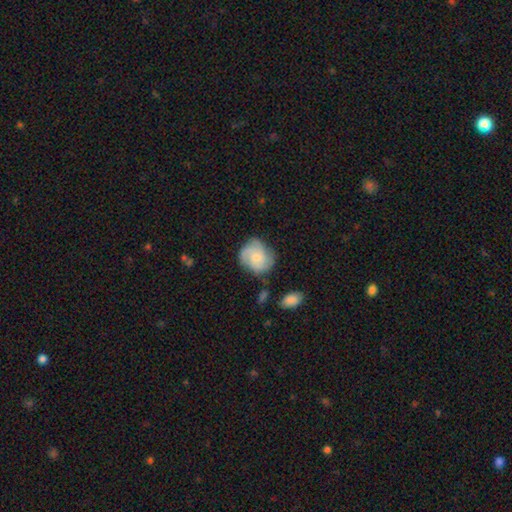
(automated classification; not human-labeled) Smooth or featured?
  - featured or disk: 59% *
  - smooth: 34%
  - star or artifact: 7%
Edge-on disk?
  - no: 98% *
  - yes: 2%
Bar?
  - no: 74% *
  - weak: 23%
  - strong: 3%
Spiral arms?
  - yes: 91% *
  - no: 9%
Spiral winding?
  - tight: 43% *
  - medium: 42%
  - loose: 15%
Spiral arm count?
  - 3: 45% *
  - can't tell: 20%
  - 2: 18%
  - 4: 9%
  - 1: 5%
  - more than 4: 4%
Bulge size?
  - small: 53% *
  - moderate: 34%
  - none: 8%
  - large: 3%
  - dominant: 1%
Merging?
  - none: 66% *
  - minor disturbance: 23%
  - major disturbance: 8%
  - merger: 3%